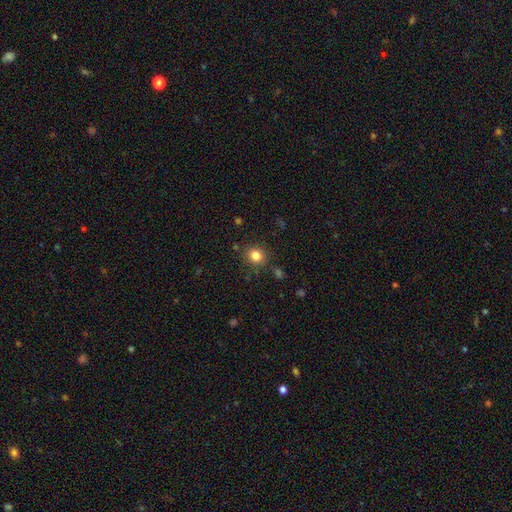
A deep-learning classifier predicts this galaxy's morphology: smooth 82%, star or artifact 12%, featured or disk 6%. Down the decision tree: how rounded — round (81%); merging — none (86%).